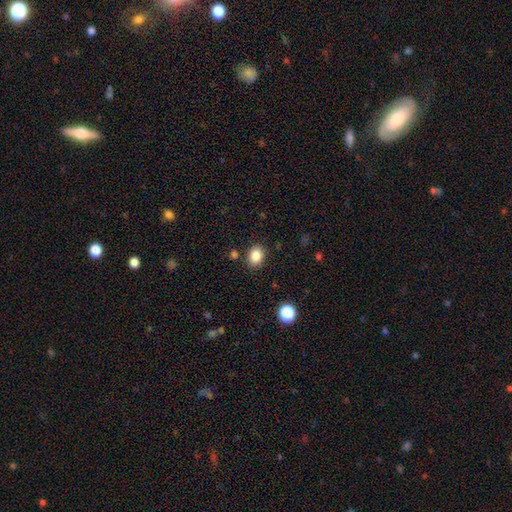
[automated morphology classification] Smooth or featured? smooth (86%)
How rounded? in between (58%)
Merging? none (85%)